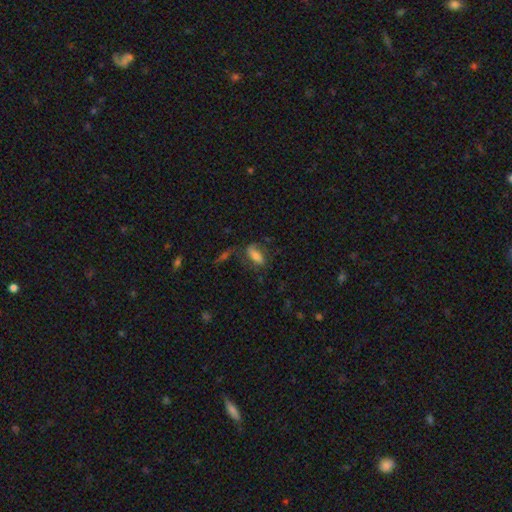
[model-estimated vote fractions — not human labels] Smooth or featured: smooth — 66% (featured or disk — 24%)
How rounded: in between — 74% (cigar-shaped — 22%)
Merging: none — 51% (minor disturbance — 22%)